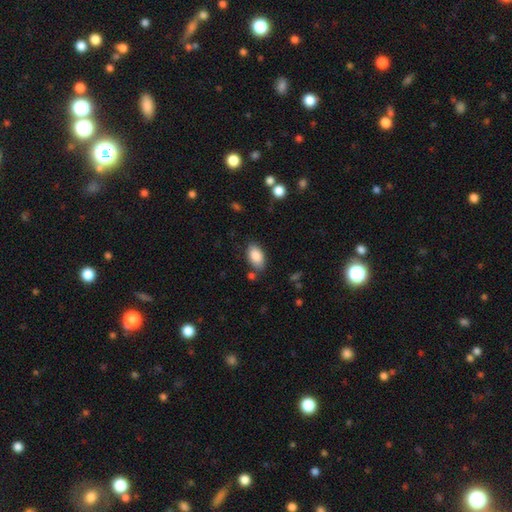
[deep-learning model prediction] This appears to be a smooth galaxy with no disk features (87%) that is in between round and cigar-shaped (94%). Merging: none (79%).